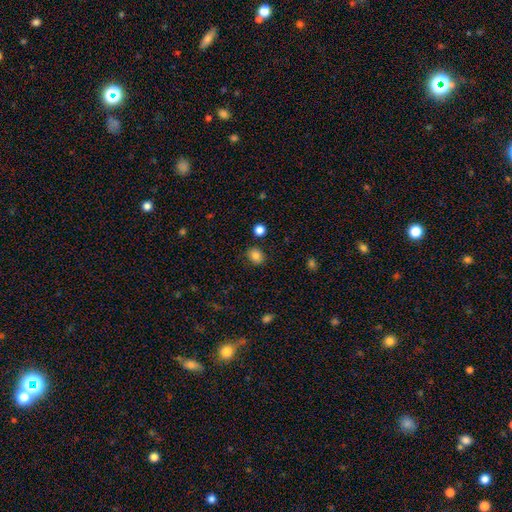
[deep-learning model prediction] smooth 83%, star or artifact 11%, featured or disk 6%. Down the decision tree: how rounded — round (60%); merging — none (84%).